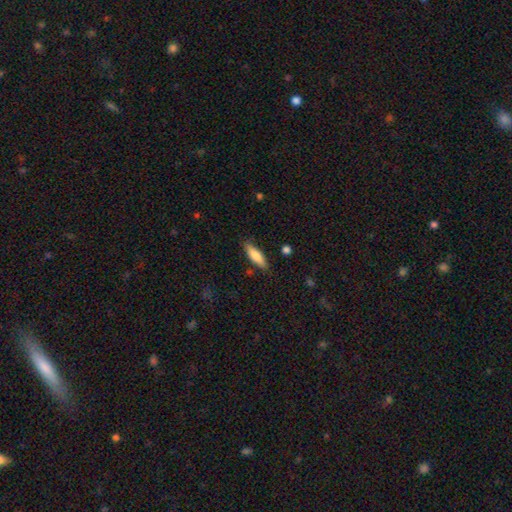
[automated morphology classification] A smooth galaxy with no disk features (76%) that is cigar-shaped (51%).

Vote fractions:
- Smooth or featured? smooth: 76% / featured or disk: 18% / star or artifact: 6%
- How rounded? cigar-shaped: 51% / in between: 47% / round: 2%
- Merging? none: 83% / minor disturbance: 12% / major disturbance: 3% / merger: 2%